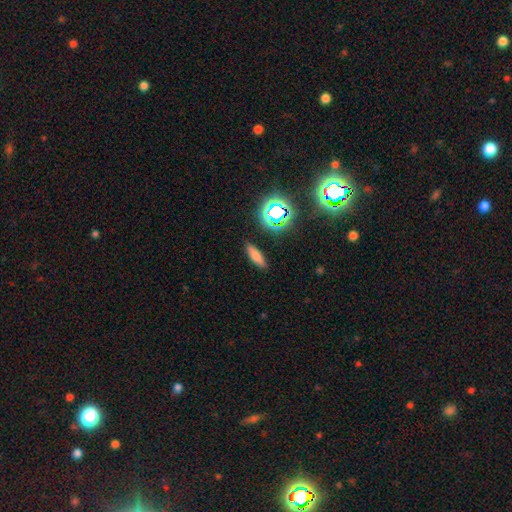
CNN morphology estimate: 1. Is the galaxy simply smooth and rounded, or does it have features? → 71% smooth, 18% star or artifact, 11% featured or disk.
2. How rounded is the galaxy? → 53% cigar-shaped, 43% in between, 5% round.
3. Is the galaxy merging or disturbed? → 87% none, 8% minor disturbance, 3% major disturbance, 2% merger.